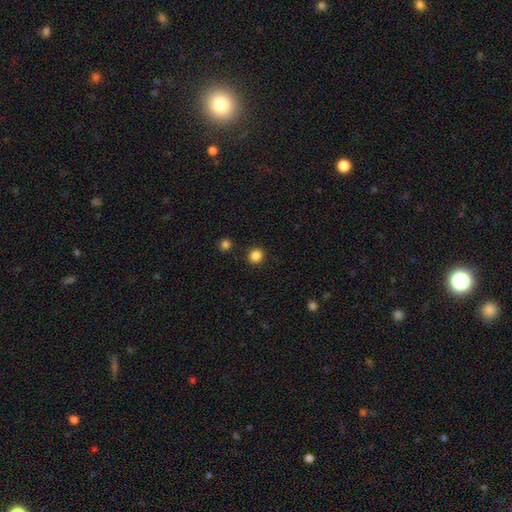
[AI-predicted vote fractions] A smooth galaxy with no disk features (85%) that is round (89%). Merging: none (90%).